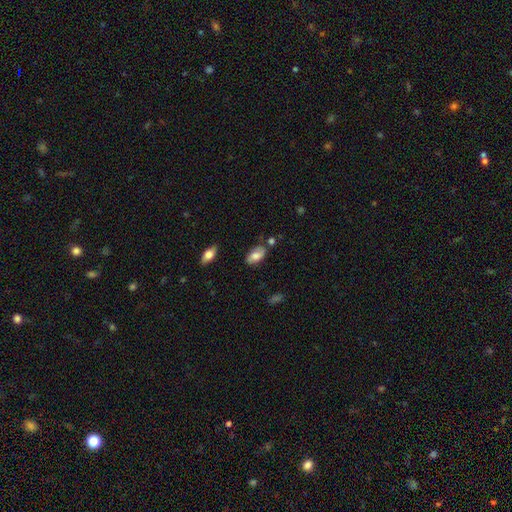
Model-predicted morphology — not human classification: Smooth or featured: smooth — 61% (featured or disk — 31%)
How rounded: in between — 92% (round — 4%)
Merging: none — 69% (minor disturbance — 21%)